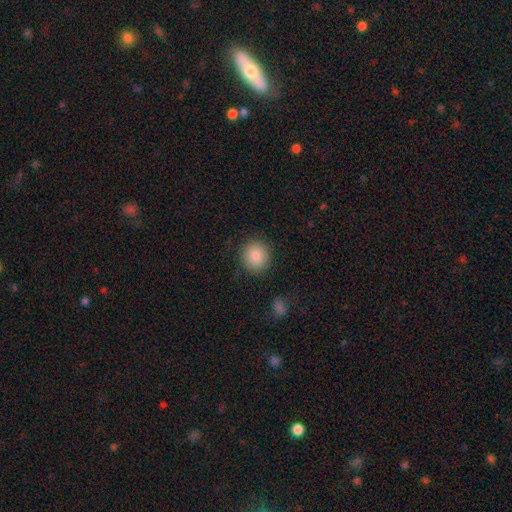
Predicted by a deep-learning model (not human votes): The model was most divided on "how rounded": round: 88%, in between: 12%, cigar-shaped: 1%. More confident: merging — none (88%); smooth or featured — smooth (86%).